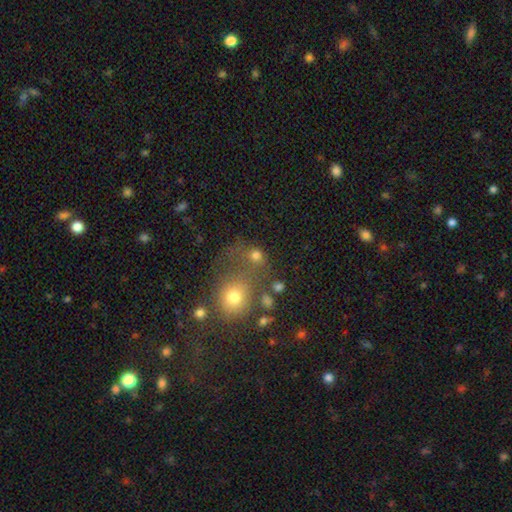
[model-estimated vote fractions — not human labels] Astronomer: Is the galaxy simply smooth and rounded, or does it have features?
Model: smooth — 73%.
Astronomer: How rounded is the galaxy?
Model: round — 75%.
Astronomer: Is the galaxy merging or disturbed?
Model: none — 49% (runner-up: merger, 29%).